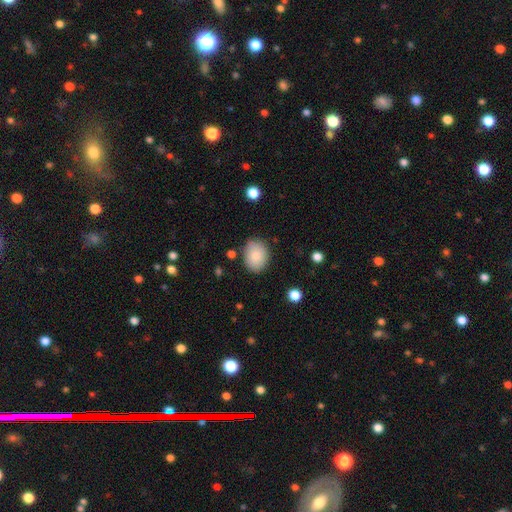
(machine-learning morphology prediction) type=smooth (83%); roundness=in between (63%); merging=none (82%).